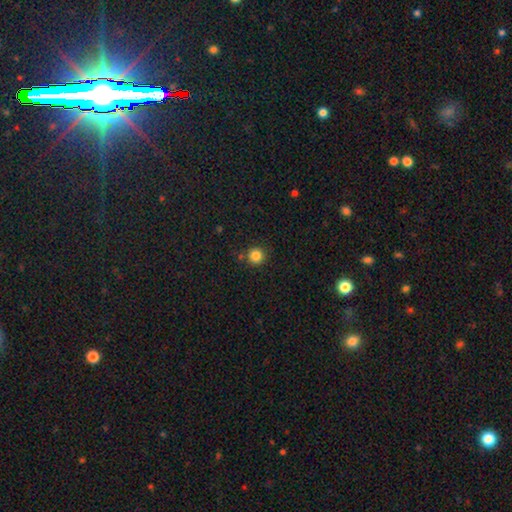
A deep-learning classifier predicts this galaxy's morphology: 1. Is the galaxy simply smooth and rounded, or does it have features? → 84% smooth, 12% star or artifact, 4% featured or disk.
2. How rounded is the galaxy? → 95% round, 4% in between, 1% cigar-shaped.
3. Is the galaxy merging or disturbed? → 85% none, 7% minor disturbance, 5% merger, 2% major disturbance.